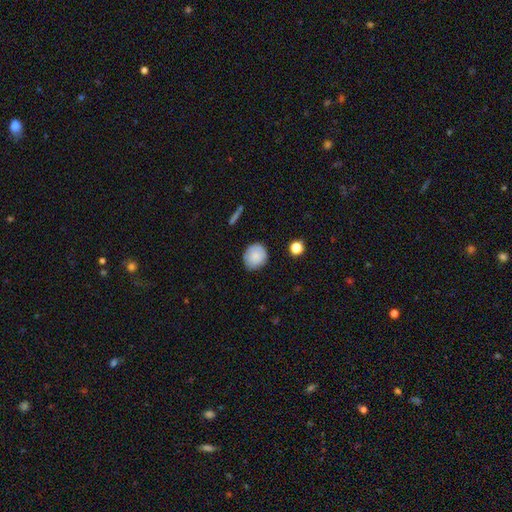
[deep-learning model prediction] Morphology: type=smooth (79%); roundness=round (79%); merging=none (81%).